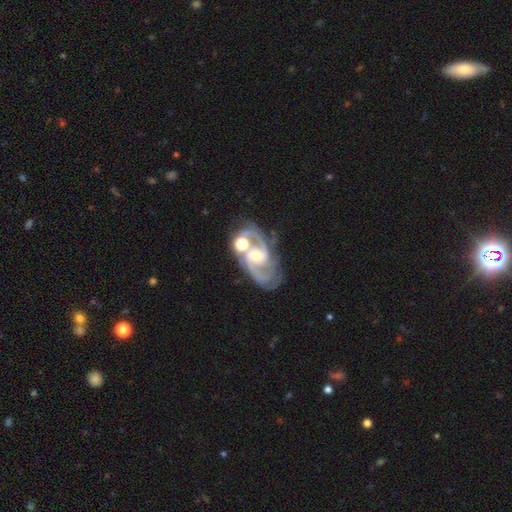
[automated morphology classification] A featured or disk galaxy (89%) with a weak bar (44%), 2 (85%) medium (60%) spiral arms (98%) and a moderate central bulge (49%).

Vote fractions:
- Smooth or featured? featured or disk: 89% / star or artifact: 7% / smooth: 5%
- Edge-on disk? no: 97% / yes: 3%
- Bar? weak: 44% / no: 39% / strong: 17%
- Spiral arms? yes: 98% / no: 2%
- Spiral winding? medium: 60% / tight: 24% / loose: 16%
- Spiral arm count? 2: 85% / 3: 6% / can't tell: 4% / 1: 2% / 4: 2% / more than 4: 1%
- Bulge size? moderate: 49% / small: 42% / large: 4% / none: 3% / dominant: 1%
- Merging? none: 55% / minor disturbance: 18% / merger: 17% / major disturbance: 10%